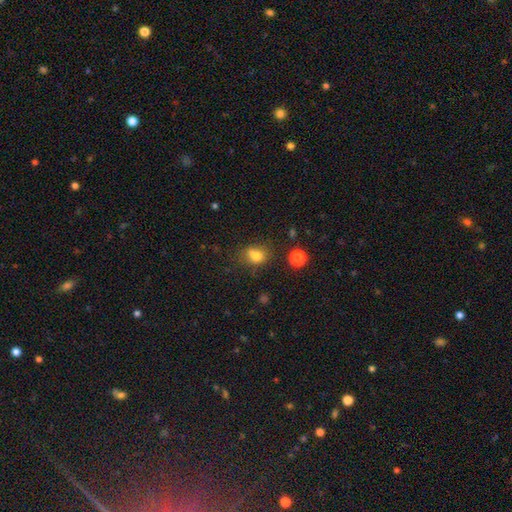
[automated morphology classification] Overall: smooth (73%). How rounded: in between (52%; round 46%). Merging: none (47%; merger 26%).